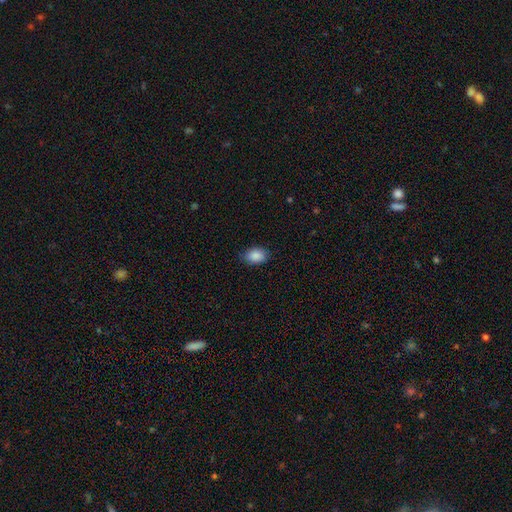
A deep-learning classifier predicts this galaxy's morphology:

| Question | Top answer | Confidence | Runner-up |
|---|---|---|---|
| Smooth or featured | smooth | 89% | star or artifact (7%) |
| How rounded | in between | 86% | round (13%) |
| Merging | none | 83% | minor disturbance (14%) |